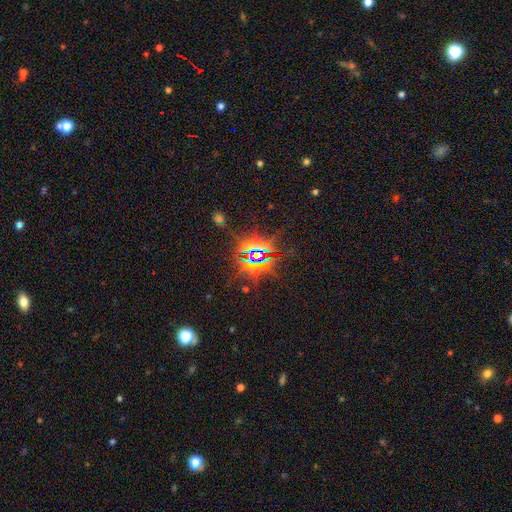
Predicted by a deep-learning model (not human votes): Smooth or featured? Predicted: star or artifact (p=0.84).